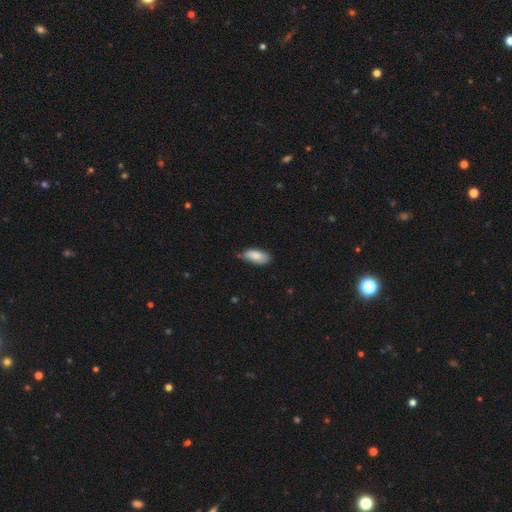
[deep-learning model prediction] Smooth or featured: smooth — 84% (featured or disk — 10%)
How rounded: in between — 88% (cigar-shaped — 10%)
Merging: none — 69% (minor disturbance — 26%)